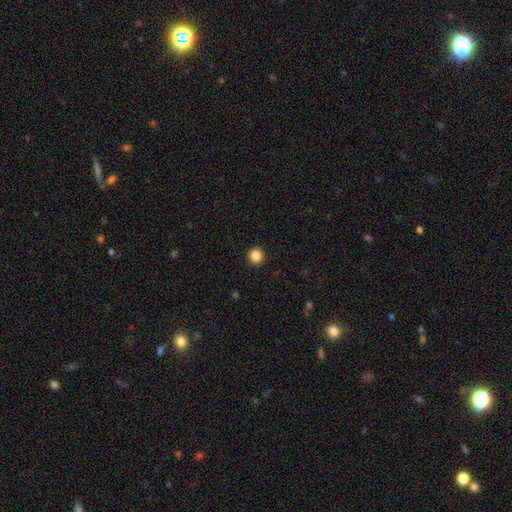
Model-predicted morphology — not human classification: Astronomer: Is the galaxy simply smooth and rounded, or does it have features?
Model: smooth — 86%.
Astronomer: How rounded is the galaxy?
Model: round — 93%.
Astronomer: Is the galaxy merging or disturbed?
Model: none — 93%.